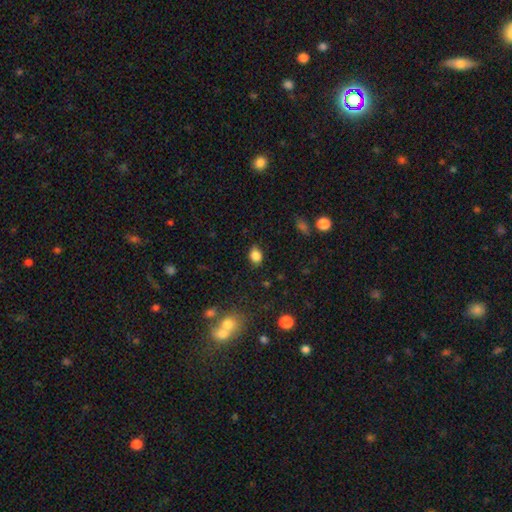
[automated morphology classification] smooth_or_featured: smooth (p=0.84) [alt: star or artifact p=0.11]
how_rounded: in between (p=0.59) [alt: round p=0.40]
merging: none (p=0.79) [alt: minor disturbance p=0.15]